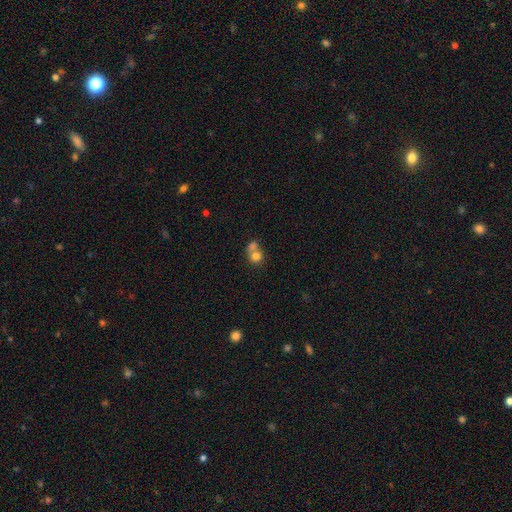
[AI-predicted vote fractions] Smooth or featured? Predicted: smooth (p=0.76). How rounded? Predicted: round (p=0.78). Merging? Predicted: merger (p=0.59).